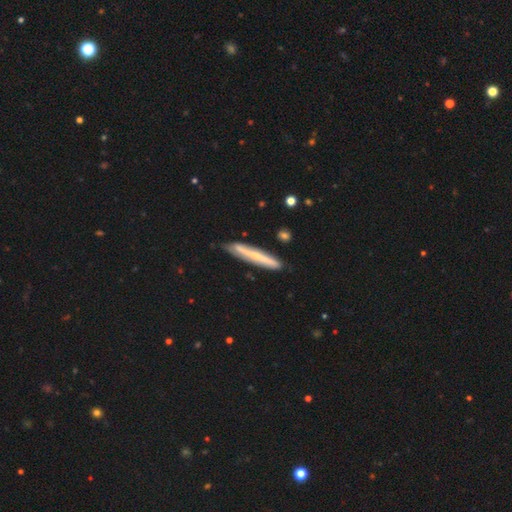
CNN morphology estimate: Overall: featured or disk (52%; smooth 42%). Edge-on disk: yes (85%). Merging: none (81%).